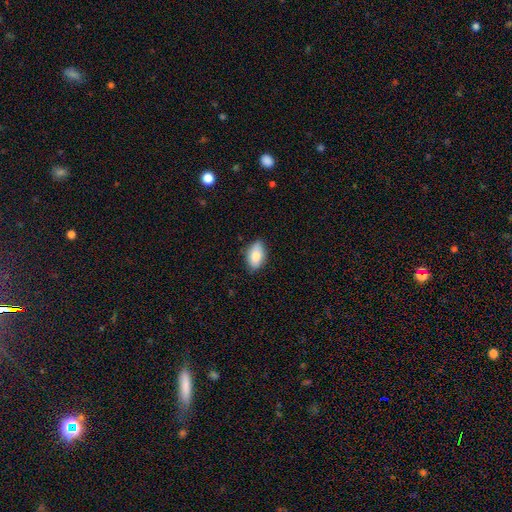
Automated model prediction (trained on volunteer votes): Smooth or featured: smooth — 78% (featured or disk — 15%)
How rounded: in between — 90% (round — 7%)
Merging: none — 82% (minor disturbance — 14%)